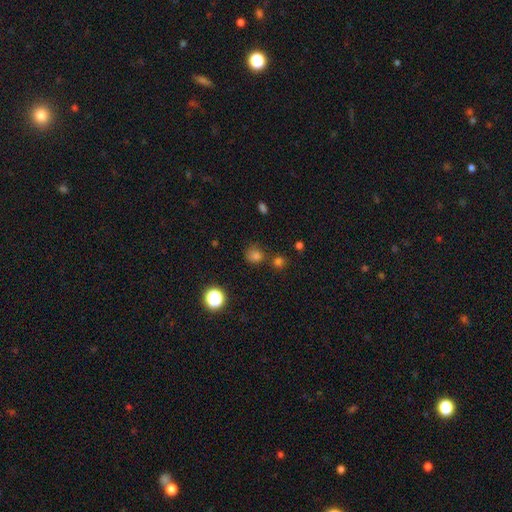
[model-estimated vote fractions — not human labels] smooth 69%, star or artifact 24%, featured or disk 7%. Down the decision tree: how rounded — round (85%); merging — none (67%).